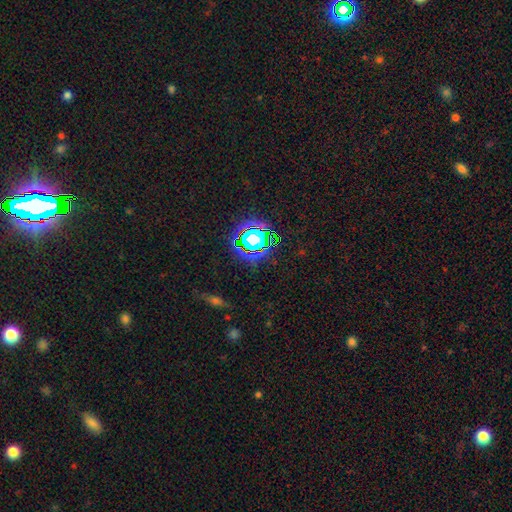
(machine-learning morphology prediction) smooth-or-featured: star or artifact: 78% | smooth: 14% | featured or disk: 8%